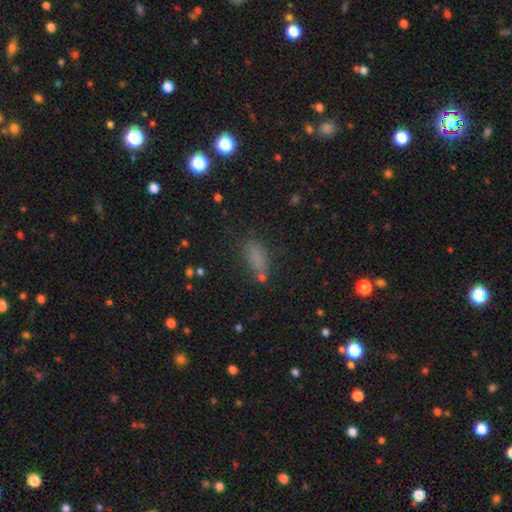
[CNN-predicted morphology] Q: Smooth or featured?
A: smooth (78%); runner-up: star or artifact (15%)
Q: How rounded?
A: in between (81%); runner-up: cigar-shaped (14%)
Q: Merging?
A: none (66%); runner-up: minor disturbance (19%)